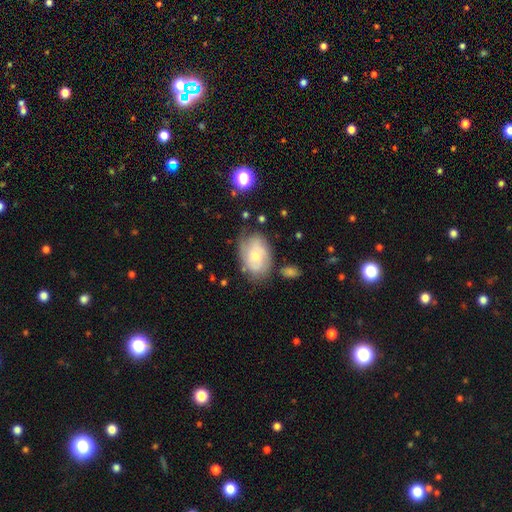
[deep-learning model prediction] This appears to be a featured or disk galaxy (52%). Merging: none (59%).